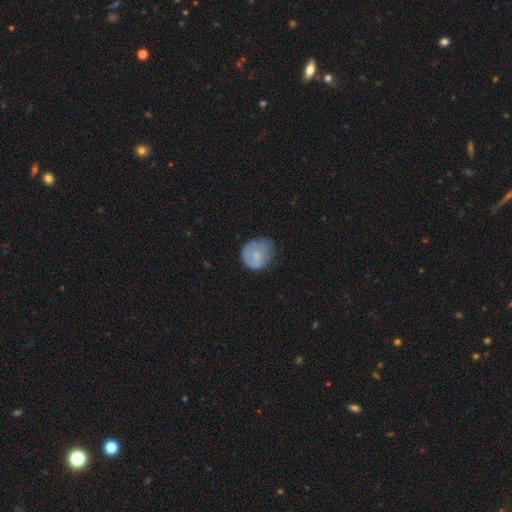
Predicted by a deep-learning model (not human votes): Overall: smooth (65%; featured or disk 27%). How rounded: round (76%). Merging: none (52%; minor disturbance 32%).